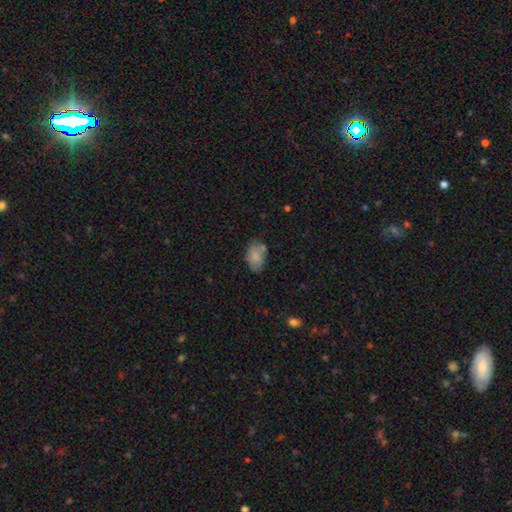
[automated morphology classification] Smooth or featured? Predicted: smooth (p=0.81). How rounded? Predicted: in between (p=0.91). Merging? Predicted: none (p=0.65).